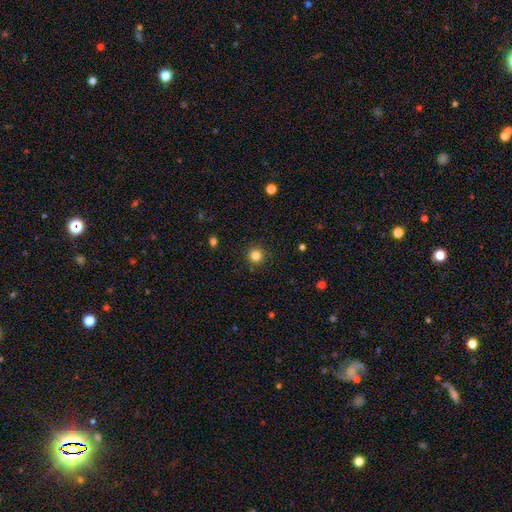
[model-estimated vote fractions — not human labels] Smooth or featured? Predicted: smooth (p=0.83). How rounded? Predicted: round (p=0.96). Merging? Predicted: none (p=0.91).